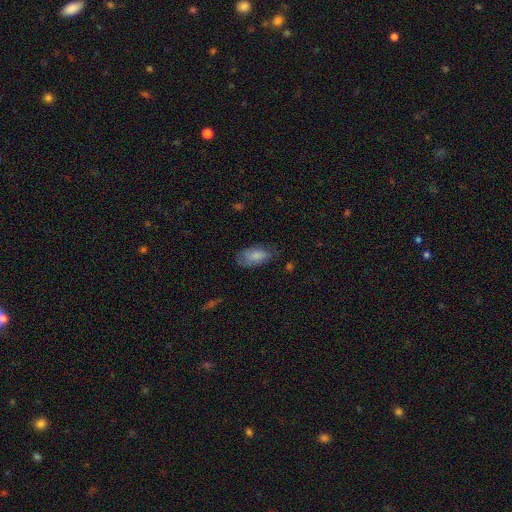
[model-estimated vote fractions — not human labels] Overall: smooth (81%). How rounded: in between (92%). Merging: none (64%; minor disturbance 26%).